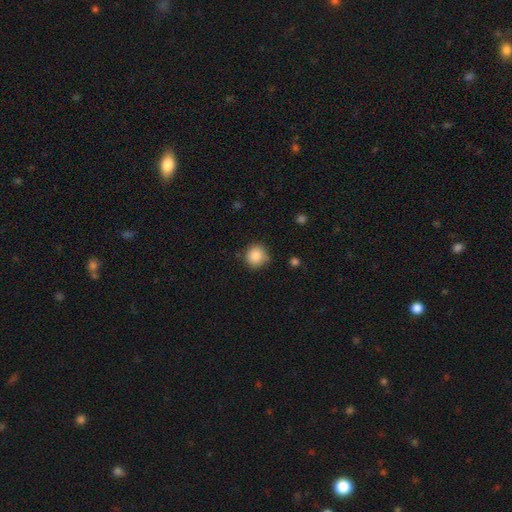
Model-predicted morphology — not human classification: smooth 87%, star or artifact 9%, featured or disk 4%. Down the decision tree: how rounded — round (93%); merging — none (82%).